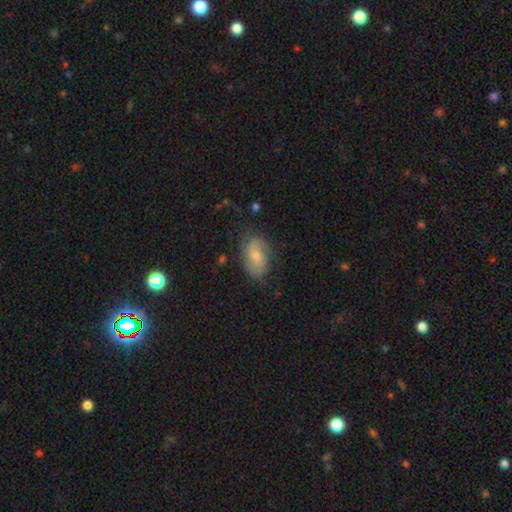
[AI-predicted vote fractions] Smooth or featured?
  - featured or disk: 46% * (tied)
  - smooth: 46% * (tied)
  - star or artifact: 8%
Merging?
  - none: 65% *
  - minor disturbance: 24%
  - major disturbance: 9%
  - merger: 2%